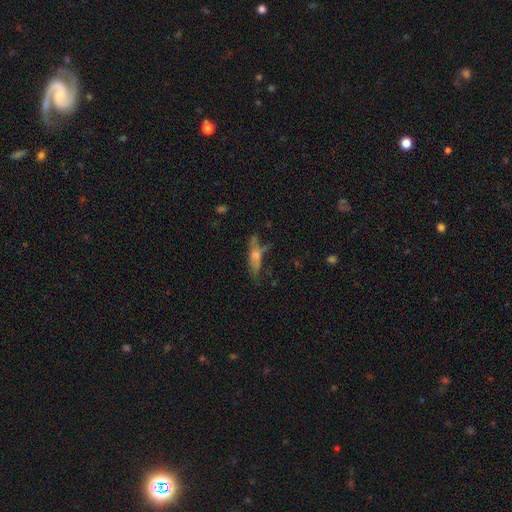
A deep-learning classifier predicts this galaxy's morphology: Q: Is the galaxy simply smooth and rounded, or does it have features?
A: smooth — 52%.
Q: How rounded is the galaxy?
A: cigar-shaped — 56%.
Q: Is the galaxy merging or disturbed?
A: none — 41%.